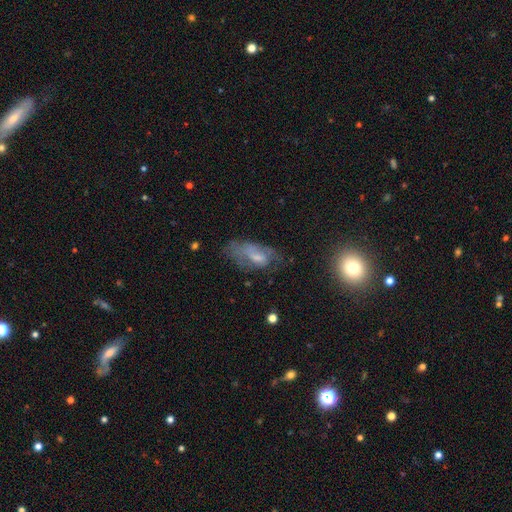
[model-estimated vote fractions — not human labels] The model was most divided on "smooth or featured": featured or disk: 46%, smooth: 42%, star or artifact: 12%. Remaining: merging — none (40%).